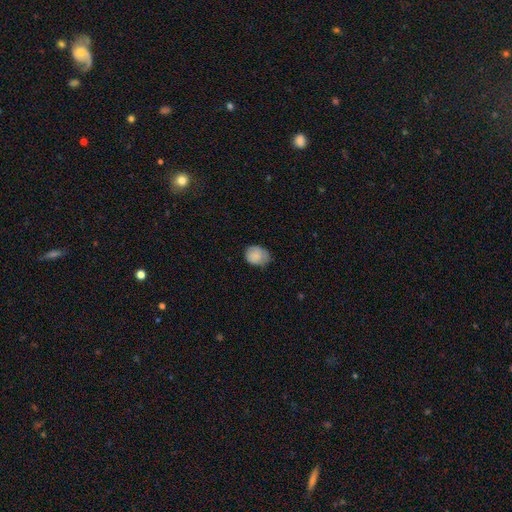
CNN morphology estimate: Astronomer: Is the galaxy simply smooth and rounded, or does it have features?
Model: smooth — 85%.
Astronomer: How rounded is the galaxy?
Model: round — 53% (runner-up: in between, 46%).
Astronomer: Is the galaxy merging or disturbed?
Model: none — 63%.